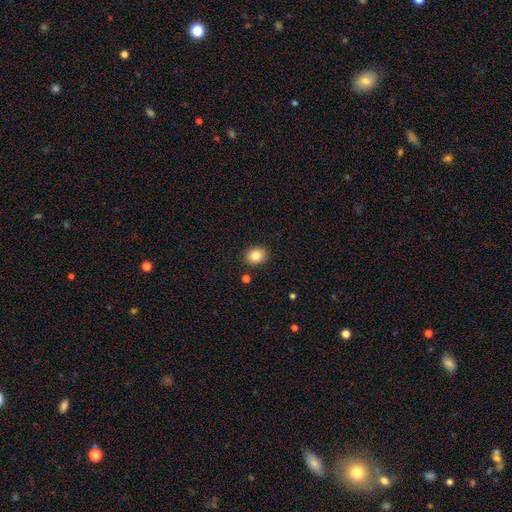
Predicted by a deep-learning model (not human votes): The model was most divided on "how rounded": round: 61%, in between: 39%, cigar-shaped: 1%. More confident: merging — none (89%); smooth or featured — smooth (83%).